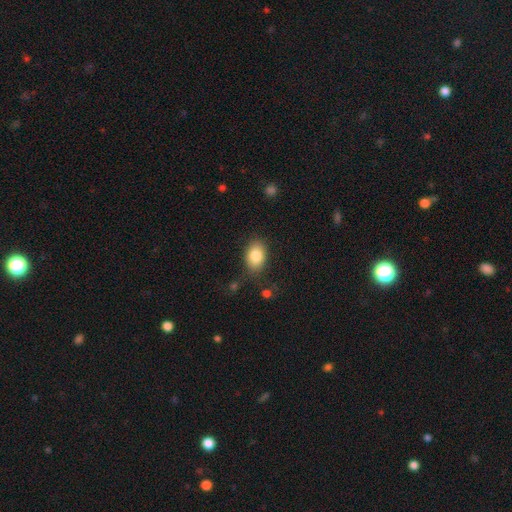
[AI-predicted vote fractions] Morphology: type=smooth (83%); roundness=in between (83%); merging=none (81%).